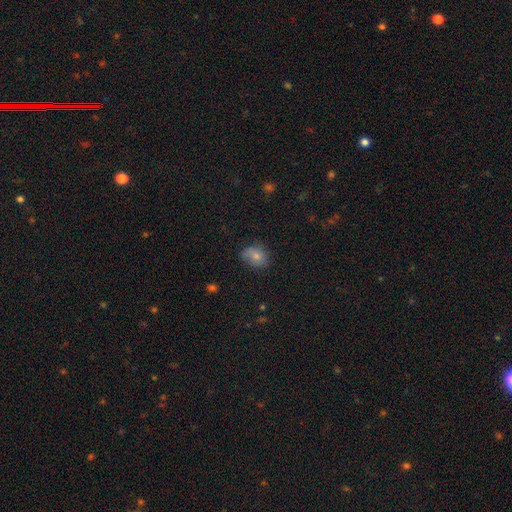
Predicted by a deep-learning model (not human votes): Smooth or featured: smooth — 76% (featured or disk — 14%)
How rounded: in between — 53% (round — 46%)
Merging: none — 60% (minor disturbance — 30%)